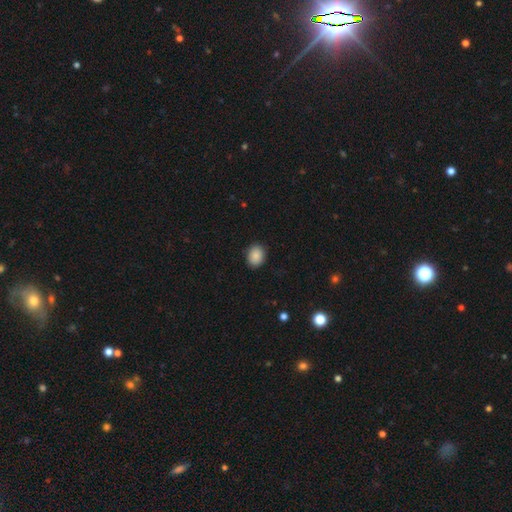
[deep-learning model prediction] A smooth galaxy with no disk features (88%) that is in between round and cigar-shaped (52%). Merging: none (89%).